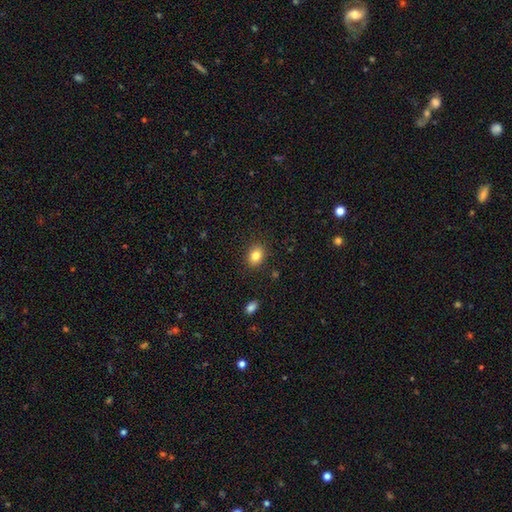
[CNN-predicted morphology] type=smooth (83%); roundness=in between (53%); merging=none (88%).